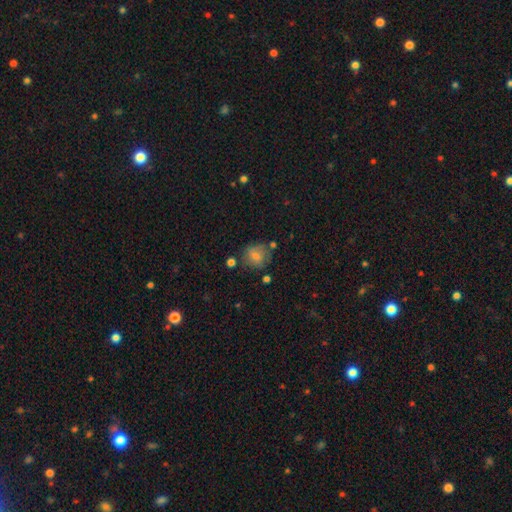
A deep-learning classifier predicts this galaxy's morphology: A smooth galaxy with no disk features (69%) that is round (74%).

Vote fractions:
- Smooth or featured? smooth: 69% / featured or disk: 21% / star or artifact: 10%
- How rounded? round: 74% / in between: 25% / cigar-shaped: 1%
- Merging? none: 63% / minor disturbance: 22% / major disturbance: 8% / merger: 7%